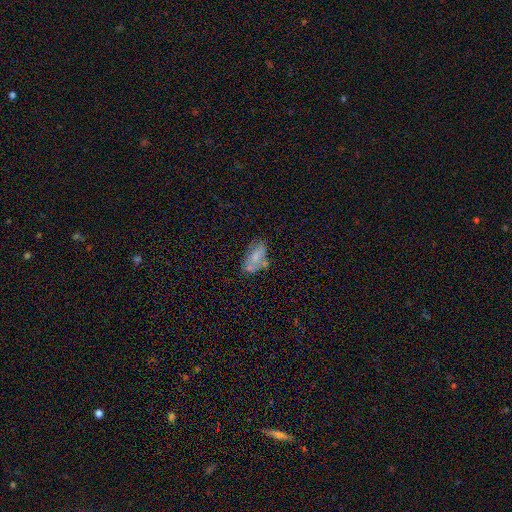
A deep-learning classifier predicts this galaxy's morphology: Smooth or featured? smooth (58%)
How rounded? in between (91%)
Merging? none (44%)